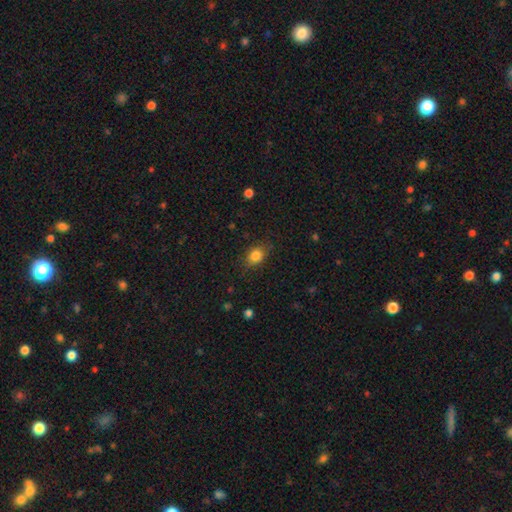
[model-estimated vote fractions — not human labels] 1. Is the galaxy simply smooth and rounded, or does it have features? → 84% smooth, 9% star or artifact, 7% featured or disk.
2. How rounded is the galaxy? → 61% in between, 37% round, 2% cigar-shaped.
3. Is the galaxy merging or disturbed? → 79% none, 16% minor disturbance, 4% major disturbance, 1% merger.